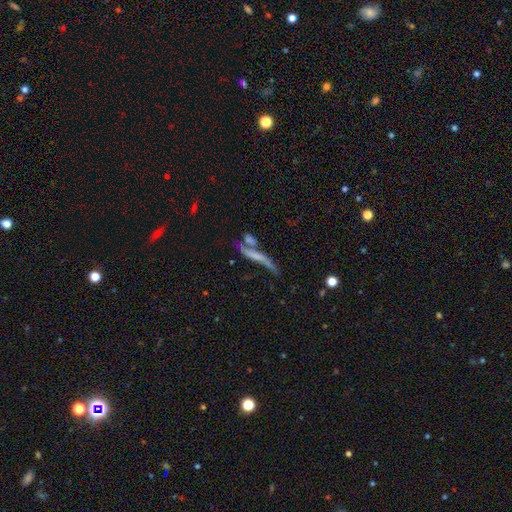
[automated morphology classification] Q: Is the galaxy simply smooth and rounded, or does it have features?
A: featured or disk — 54%.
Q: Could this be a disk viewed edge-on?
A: yes — 61%.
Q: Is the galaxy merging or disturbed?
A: merger — 34%.